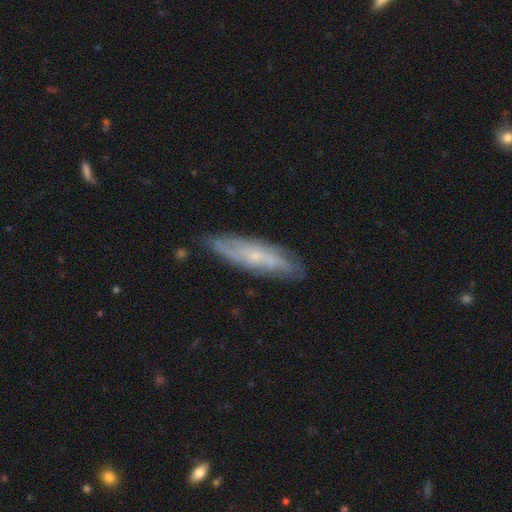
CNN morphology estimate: A featured or disk galaxy (63%). Merging: none (79%).